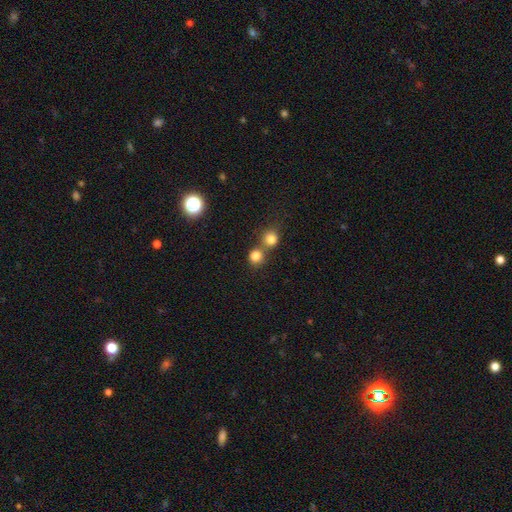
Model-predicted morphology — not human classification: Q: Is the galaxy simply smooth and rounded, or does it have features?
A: smooth — 81%.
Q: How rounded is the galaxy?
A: round — 88%.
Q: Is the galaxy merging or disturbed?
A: none — 52%.